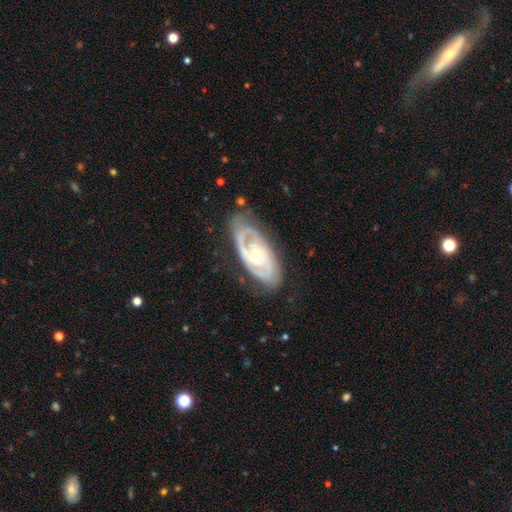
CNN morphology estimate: featured or disk 86%, smooth 9%, star or artifact 5%. Down the decision tree: edge-on disk — no (94%); bar — no (58%); spiral arms — yes (95%); spiral arm count — 2 (63%); spiral winding — tight (56%); bulge size — small (65%); merging — none (70%).